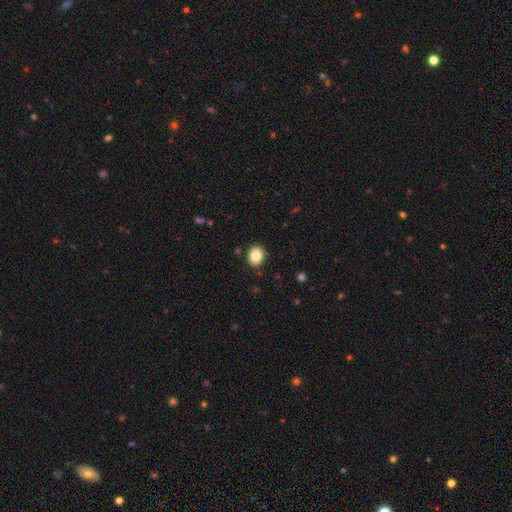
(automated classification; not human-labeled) A smooth galaxy with no disk features (83%) that is round (53%). Merging: none (88%).